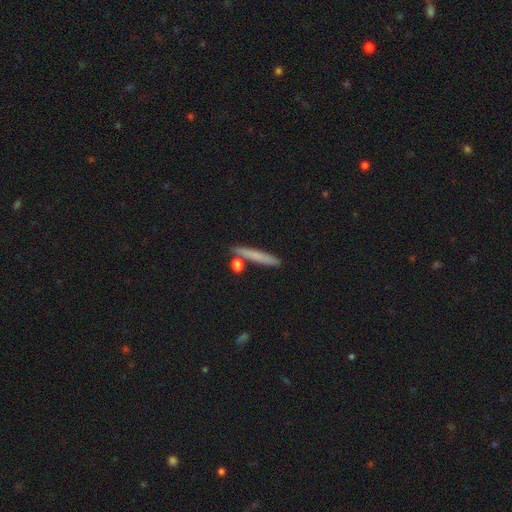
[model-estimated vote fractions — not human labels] A smooth galaxy with no disk features (70%) that is cigar-shaped (92%).

Vote fractions:
- Smooth or featured? smooth: 70% / featured or disk: 22% / star or artifact: 8%
- How rounded? cigar-shaped: 92% / in between: 5% / round: 3%
- Merging? none: 81% / minor disturbance: 9% / merger: 7% / major disturbance: 2%